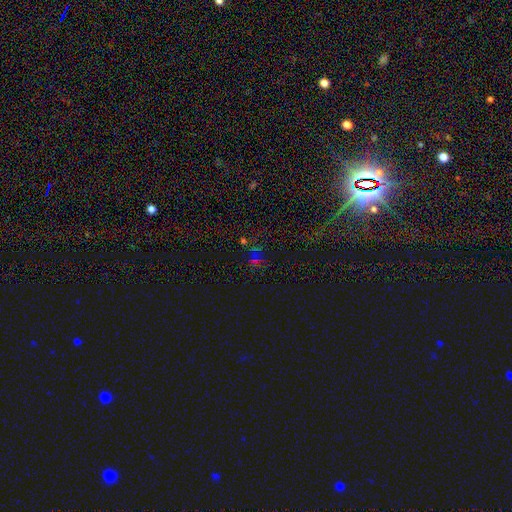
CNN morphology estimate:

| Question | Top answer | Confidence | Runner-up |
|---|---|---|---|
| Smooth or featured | star or artifact | 60% | smooth (29%) |